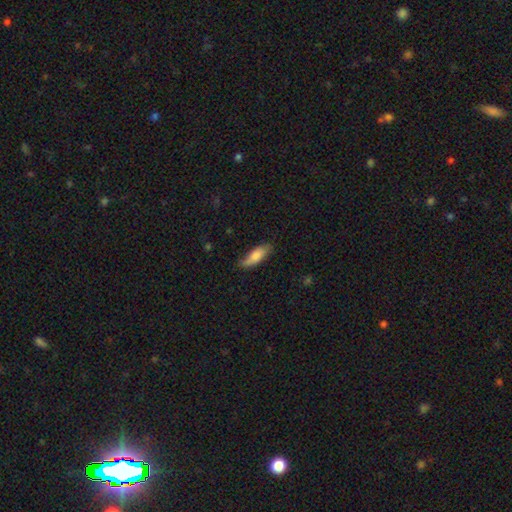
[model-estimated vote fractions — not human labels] Overall: smooth (75%). How rounded: in between (60%; cigar-shaped 38%). Merging: none (69%).